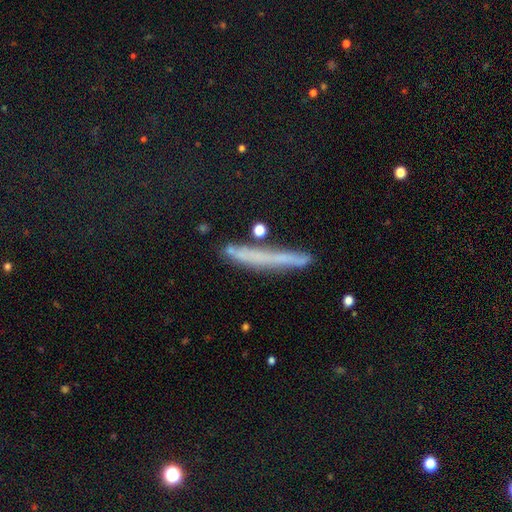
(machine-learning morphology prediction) Smooth or featured: smooth — 50% (featured or disk — 29%)
Merging: none — 79% (minor disturbance — 14%)